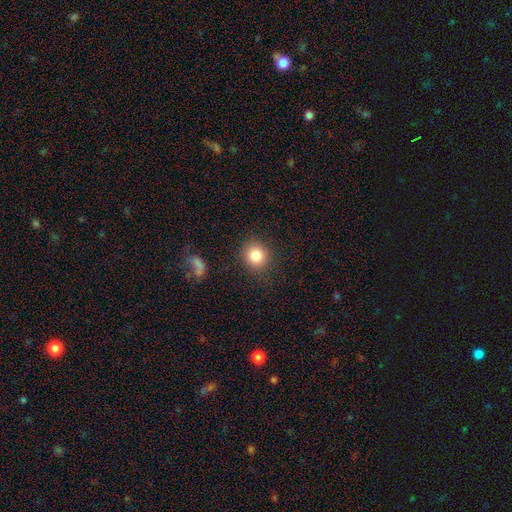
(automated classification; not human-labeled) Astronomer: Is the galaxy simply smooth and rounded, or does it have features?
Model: smooth — 84%.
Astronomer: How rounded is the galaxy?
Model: round — 85%.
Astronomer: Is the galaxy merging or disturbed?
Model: none — 87%.